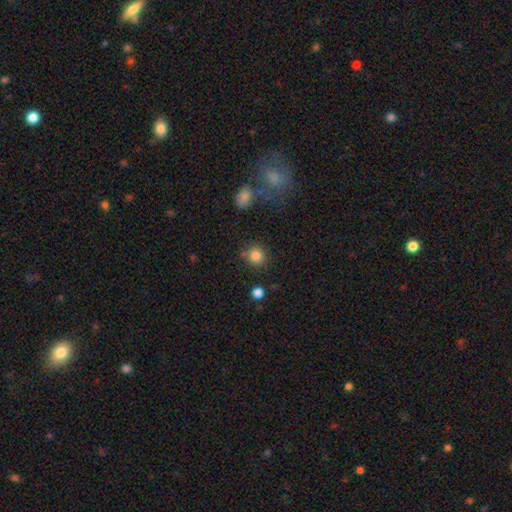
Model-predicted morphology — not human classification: This appears to be a smooth galaxy with no disk features (83%) that is round (87%). Merging: none (76%).